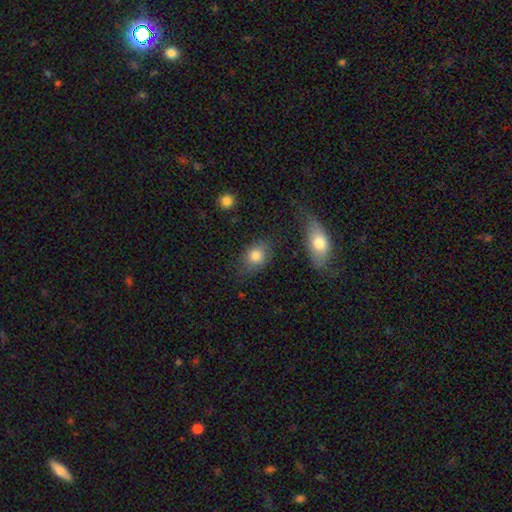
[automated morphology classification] This appears to be a smooth galaxy with no disk features (82%) that is in between round and cigar-shaped (61%). Merging: none (72%).